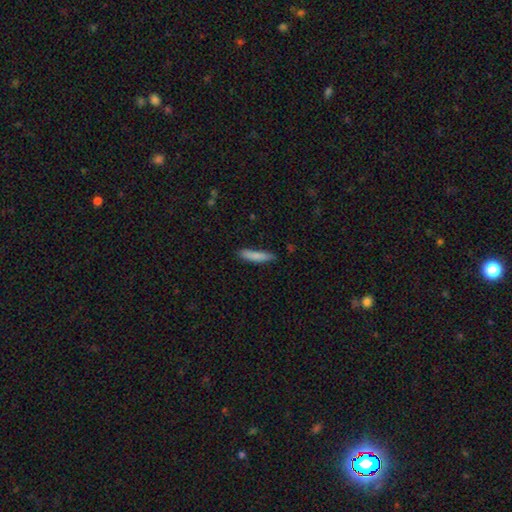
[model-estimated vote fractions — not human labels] smooth 83%, featured or disk 11%, star or artifact 6%. Down the decision tree: how rounded — cigar-shaped (83%); merging — none (80%).